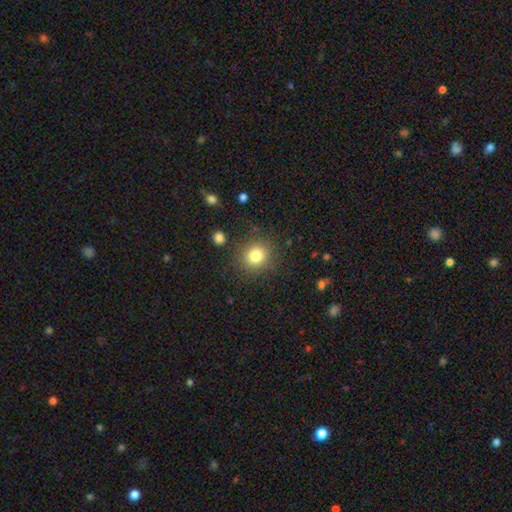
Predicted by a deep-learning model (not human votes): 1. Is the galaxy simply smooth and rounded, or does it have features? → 80% smooth, 12% star or artifact, 8% featured or disk.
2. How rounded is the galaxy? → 86% round, 13% in between, 1% cigar-shaped.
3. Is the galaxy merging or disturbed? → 85% none, 9% minor disturbance, 4% major disturbance, 2% merger.